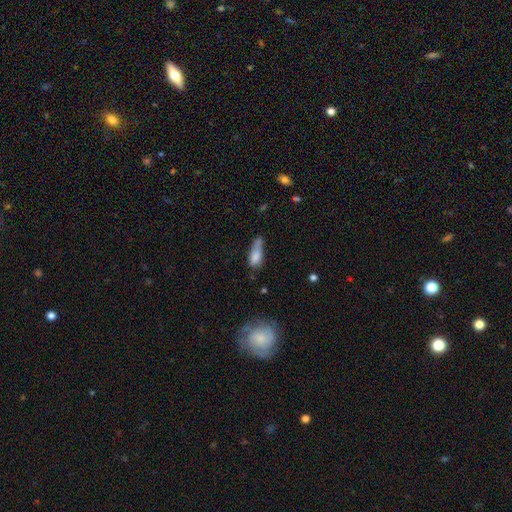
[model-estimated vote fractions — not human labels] The model was most divided on "merging": minor disturbance: 34%, none: 29%, major disturbance: 20%, merger: 16%. More confident: smooth or featured — smooth (75%); how rounded — in between (66%).